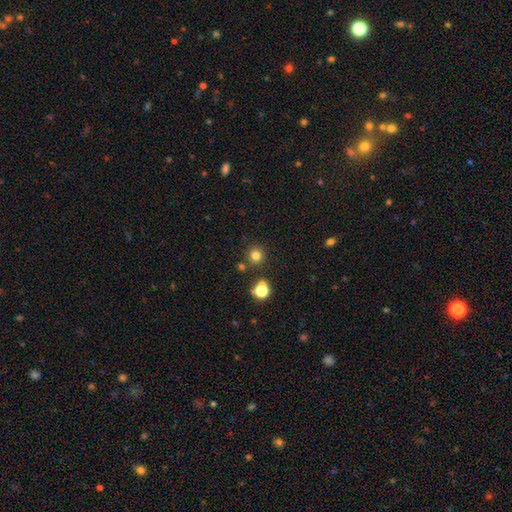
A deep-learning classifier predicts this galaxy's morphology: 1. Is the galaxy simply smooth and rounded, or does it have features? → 77% smooth, 16% star or artifact, 6% featured or disk.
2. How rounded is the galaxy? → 93% round, 6% in between, 1% cigar-shaped.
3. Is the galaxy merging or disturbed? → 83% none, 7% minor disturbance, 7% merger, 3% major disturbance.